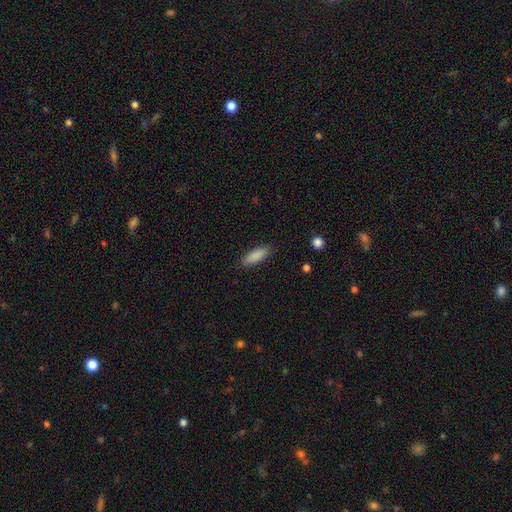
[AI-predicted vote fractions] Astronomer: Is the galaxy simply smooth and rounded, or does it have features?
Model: smooth — 87%.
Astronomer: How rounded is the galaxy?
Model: in between — 53% (runner-up: cigar-shaped, 45%).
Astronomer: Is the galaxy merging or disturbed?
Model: none — 87%.